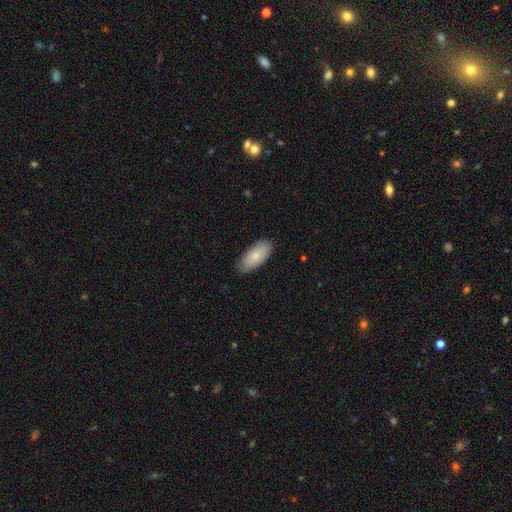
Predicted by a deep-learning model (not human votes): A smooth galaxy with no disk features (82%) that is in between round and cigar-shaped (89%).

Vote fractions:
- Smooth or featured? smooth: 82% / featured or disk: 12% / star or artifact: 6%
- How rounded? in between: 89% / cigar-shaped: 9% / round: 2%
- Merging? none: 84% / minor disturbance: 13% / major disturbance: 2% / merger: 1%